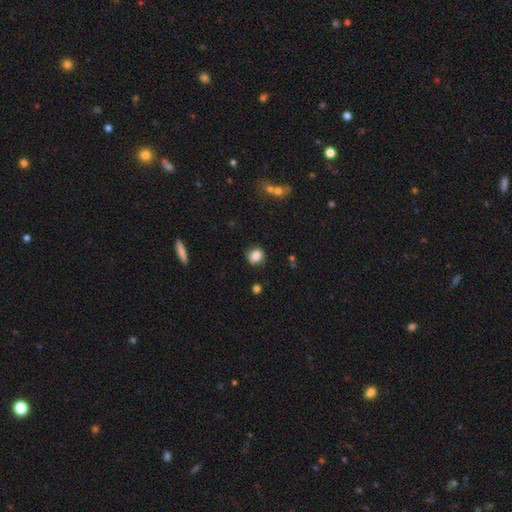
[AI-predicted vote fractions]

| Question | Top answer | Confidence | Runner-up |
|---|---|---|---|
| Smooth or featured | smooth | 84% | star or artifact (9%) |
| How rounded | round | 74% | in between (24%) |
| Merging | none | 84% | minor disturbance (12%) |